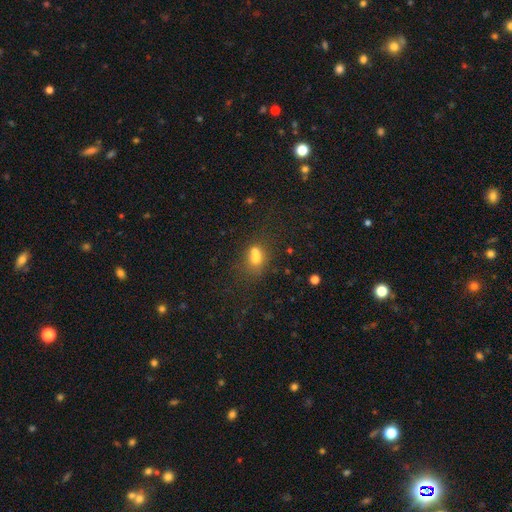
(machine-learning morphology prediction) type=smooth (63%); roundness=in between (65%); merging=none (38%, tied with merger).